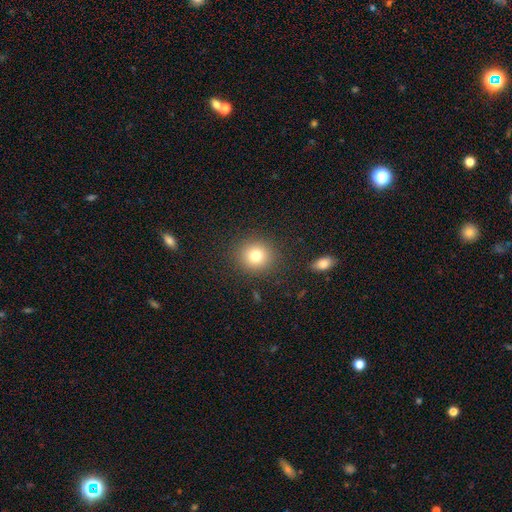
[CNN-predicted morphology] smooth 78%, star or artifact 13%, featured or disk 9%. Down the decision tree: how rounded — round (89%); merging — none (89%).